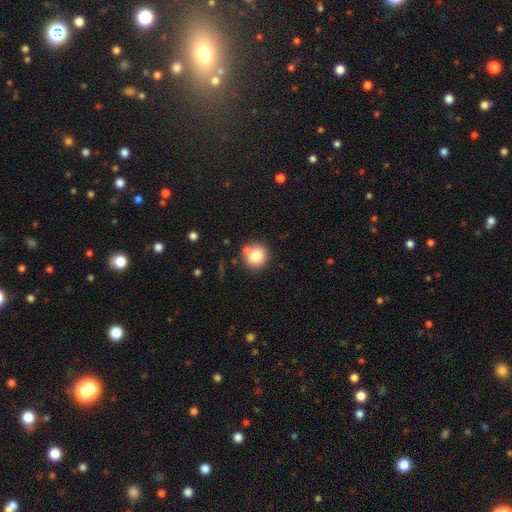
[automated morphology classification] This appears to be a smooth galaxy with no disk features (79%) that is round (91%). Merging: none (75%).